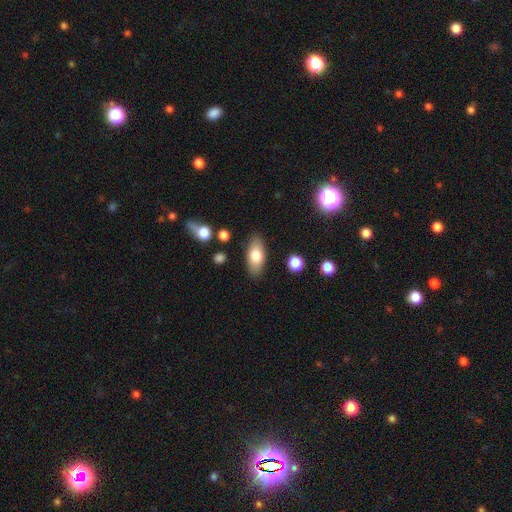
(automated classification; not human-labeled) The model was most divided on "smooth or featured": smooth: 76%, featured or disk: 17%, star or artifact: 7%. More confident: how rounded — in between (87%); merging — none (84%).